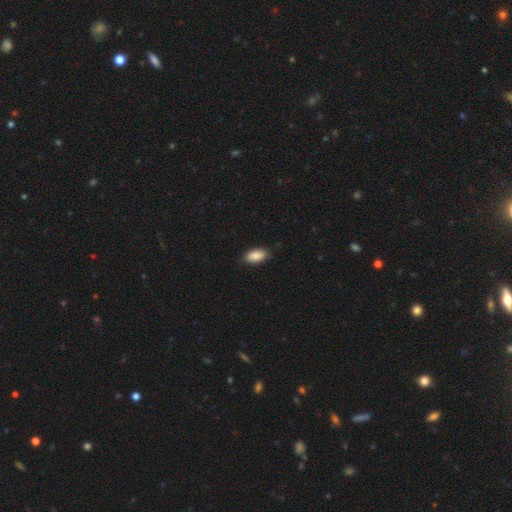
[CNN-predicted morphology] Overall: smooth (89%). How rounded: in between (93%). Merging: none (83%).